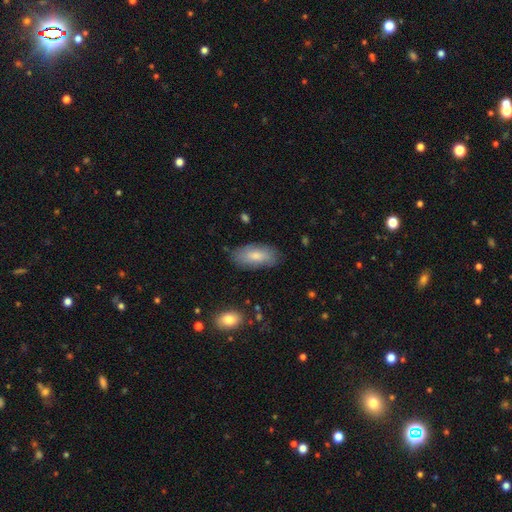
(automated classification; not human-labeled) Morphology: type=smooth (78%); roundness=in between (90%); merging=none (80%).